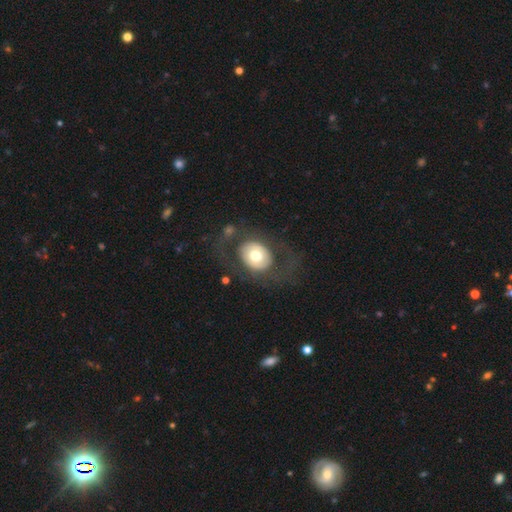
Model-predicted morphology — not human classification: smooth 50%, featured or disk 44%, star or artifact 7%. Down the decision tree: merging — none (69%).